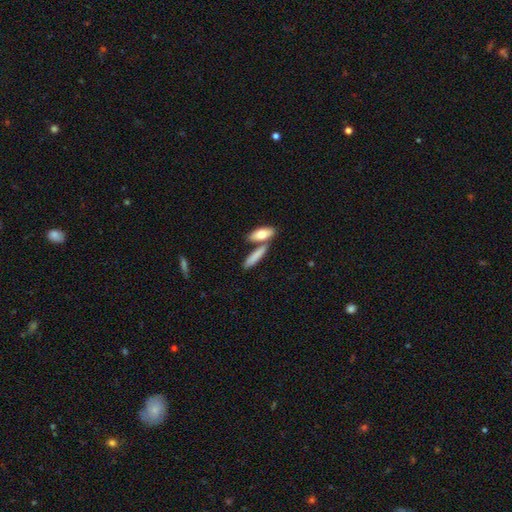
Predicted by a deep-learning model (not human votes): A smooth galaxy with no disk features (79%) that is cigar-shaped (65%). Merging: none (60%).